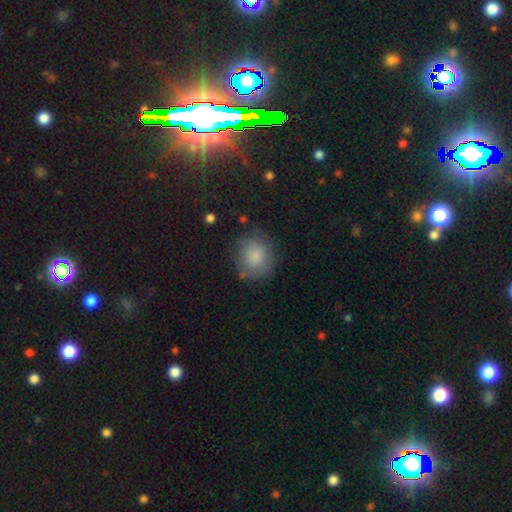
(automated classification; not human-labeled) Morphology: type=smooth (74%); roundness=round (82%); merging=none (76%).